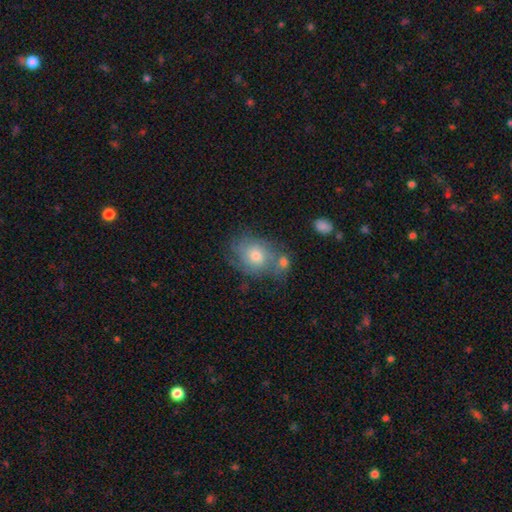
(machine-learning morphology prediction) Overall: featured or disk (57%; smooth 33%). Edge-on disk: no (97%). Bar: no (79%). Spiral arms: yes (82%). Bulge size: moderate (60%; small 30%). Merging: none (51%; minor disturbance 20%).